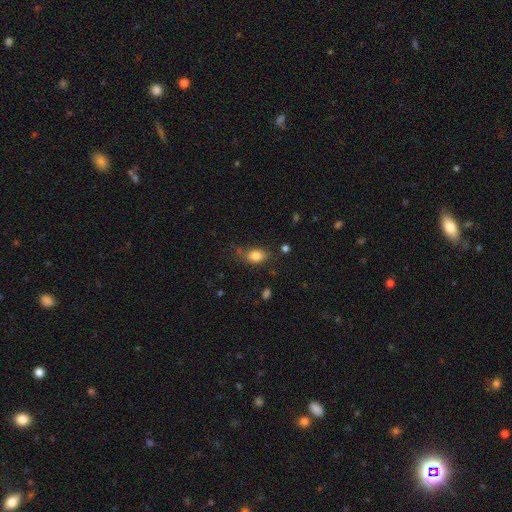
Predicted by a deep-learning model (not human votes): smooth_or_featured: smooth (p=0.82) [alt: star or artifact p=0.10]
how_rounded: in between (p=0.76) [alt: round p=0.22]
merging: none (p=0.69) [alt: minor disturbance p=0.21]